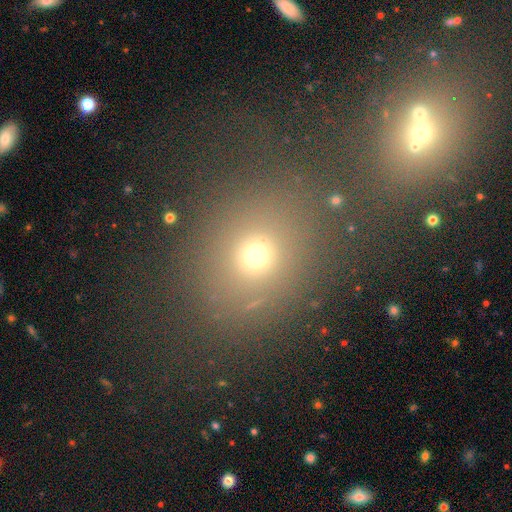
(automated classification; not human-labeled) Smooth or featured? Predicted: smooth (p=0.64). How rounded? Predicted: round (p=0.71). Merging? Predicted: none (p=0.67).